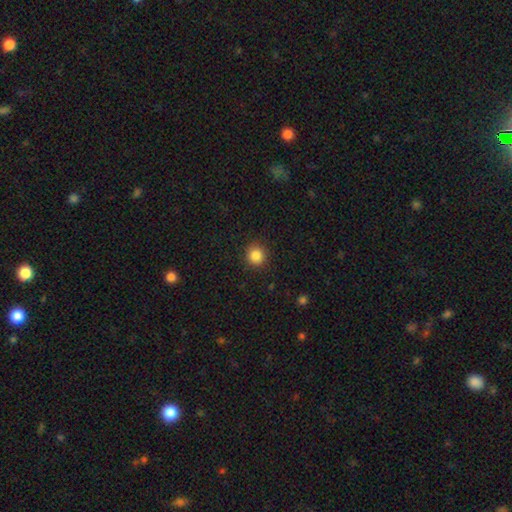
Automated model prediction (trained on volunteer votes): The model was most divided on "smooth or featured": smooth: 86%, star or artifact: 10%, featured or disk: 4%. More confident: how rounded — round (91%); merging — none (90%).